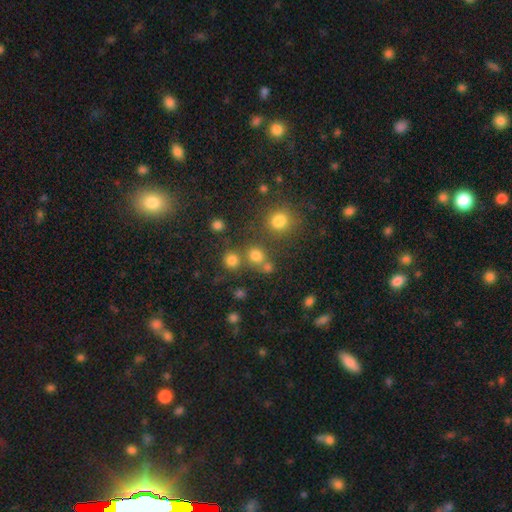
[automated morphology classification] smooth_or_featured: smooth (p=0.76) [alt: star or artifact p=0.18]
how_rounded: round (p=0.88) [alt: in between p=0.11]
merging: none (p=0.68) [alt: merger p=0.20]